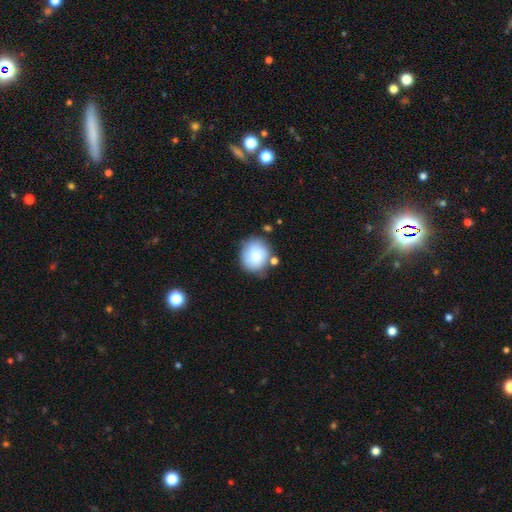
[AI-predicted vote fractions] A smooth galaxy with no disk features (80%) that is round (72%).

Vote fractions:
- Smooth or featured? smooth: 80% / featured or disk: 12% / star or artifact: 7%
- How rounded? round: 72% / in between: 27% / cigar-shaped: 1%
- Merging? none: 65% / minor disturbance: 20% / merger: 10% / major disturbance: 5%